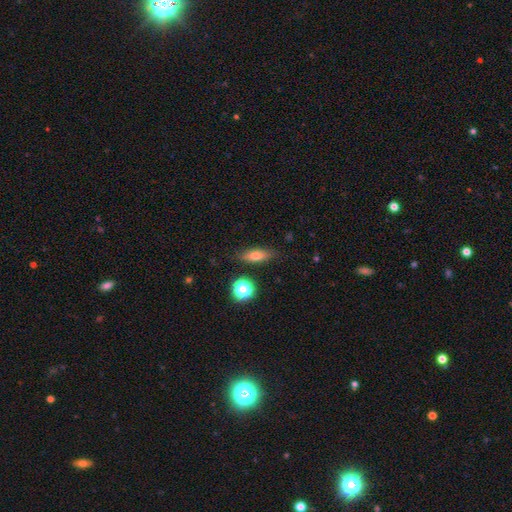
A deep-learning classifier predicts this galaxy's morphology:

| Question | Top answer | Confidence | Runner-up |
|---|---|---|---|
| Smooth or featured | smooth | 70% | featured or disk (19%) |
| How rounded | in between | 56% | cigar-shaped (37%) |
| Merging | none | 82% | minor disturbance (12%) |